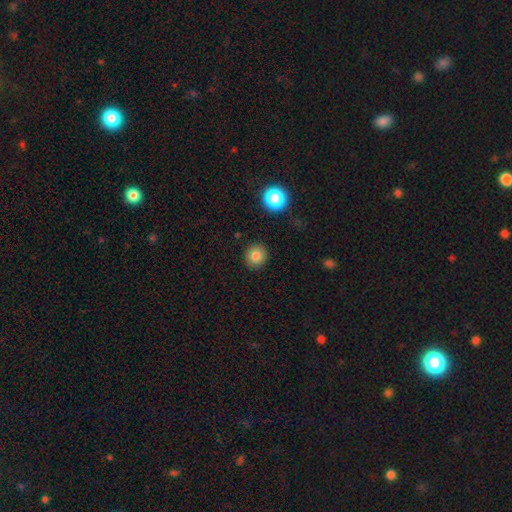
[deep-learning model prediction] Q: Smooth or featured?
A: smooth (82%); runner-up: star or artifact (11%)
Q: How rounded?
A: round (87%); runner-up: in between (12%)
Q: Merging?
A: none (90%); runner-up: minor disturbance (6%)